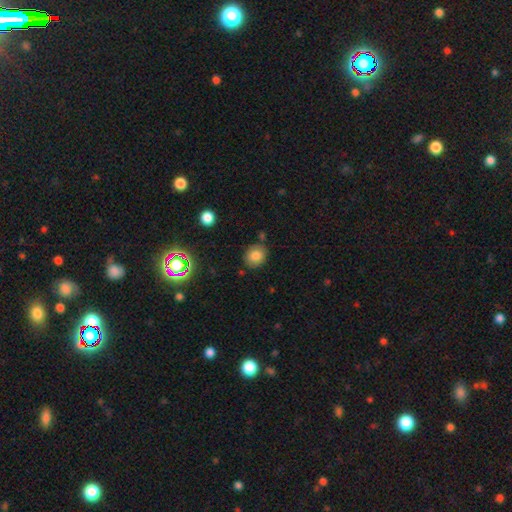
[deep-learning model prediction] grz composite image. It shows a smooth galaxy with no disk features (78%) that is round (79%). Merging: none (79%).